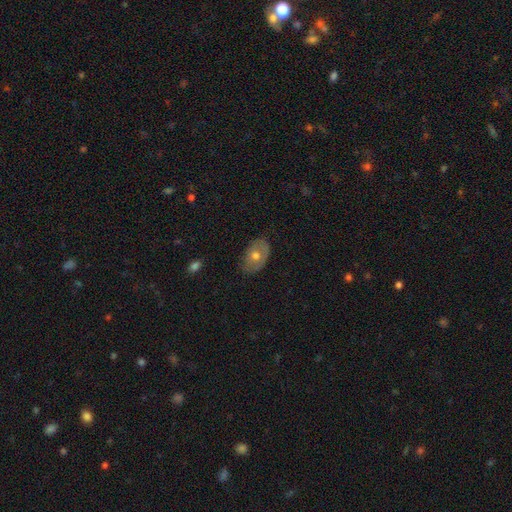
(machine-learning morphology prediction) A smooth galaxy with no disk features (52%) that is in between round and cigar-shaped (81%). Merging: none (76%).